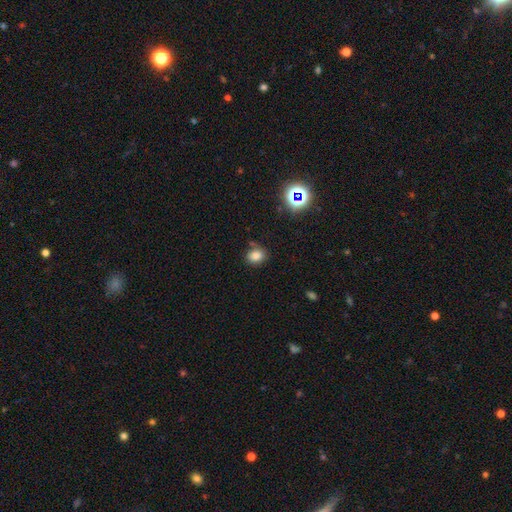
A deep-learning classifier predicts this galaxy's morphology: Smooth or featured? Predicted: smooth (p=0.79). How rounded? Predicted: round (p=0.54). Merging? Predicted: none (p=0.78).